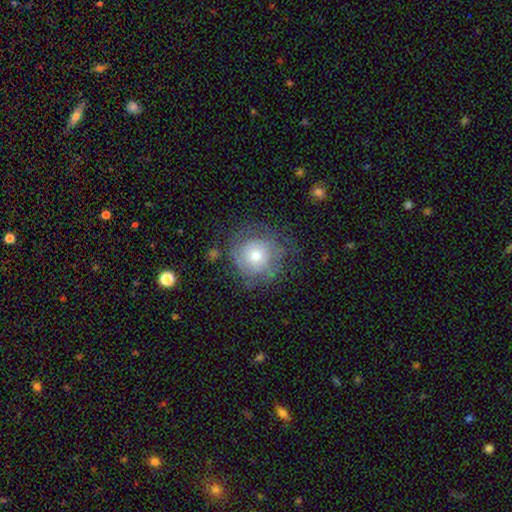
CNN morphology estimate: smooth-or-featured: smooth: 51% | featured or disk: 39% | star or artifact: 10%
  how-rounded: round: 90% | in between: 9% | cigar-shaped: 1%
  merging: none: 63% | minor disturbance: 21% | major disturbance: 14% | merger: 2%